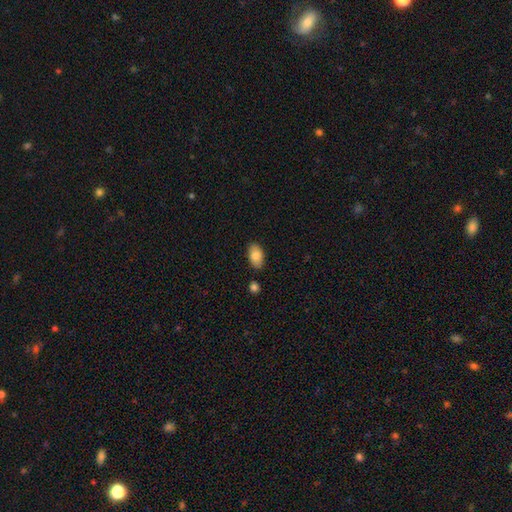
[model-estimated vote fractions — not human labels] smooth-or-featured: smooth: 84% | featured or disk: 9% | star or artifact: 7%
  how-rounded: in between: 93% | round: 5% | cigar-shaped: 2%
  merging: none: 83% | minor disturbance: 11% | merger: 3% | major disturbance: 2%